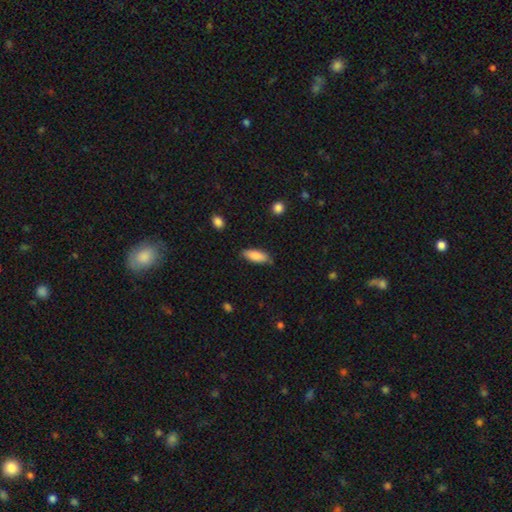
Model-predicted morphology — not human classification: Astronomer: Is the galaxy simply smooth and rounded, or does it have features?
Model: smooth — 86%.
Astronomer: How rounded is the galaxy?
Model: in between — 73%.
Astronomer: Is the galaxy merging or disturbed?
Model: none — 76%.